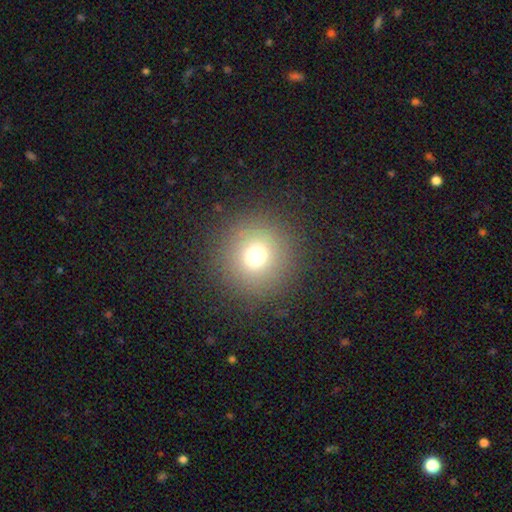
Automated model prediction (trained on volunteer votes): The model was most divided on "smooth or featured": smooth: 69%, star or artifact: 21%, featured or disk: 10%. More confident: how rounded — round (95%); merging — none (89%).